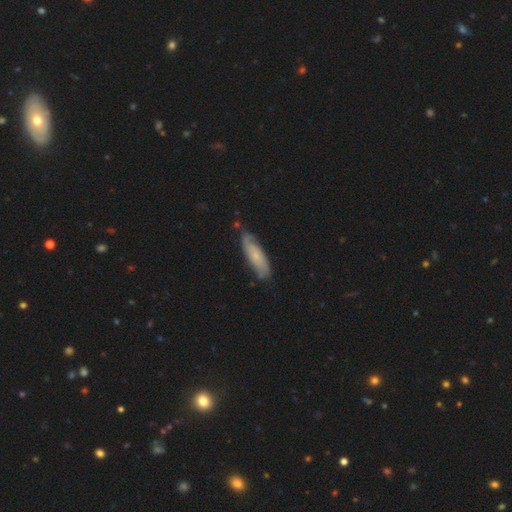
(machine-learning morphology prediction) Overall: featured or disk (51%; smooth 43%). Edge-on disk: no (76%). Merging: none (72%).